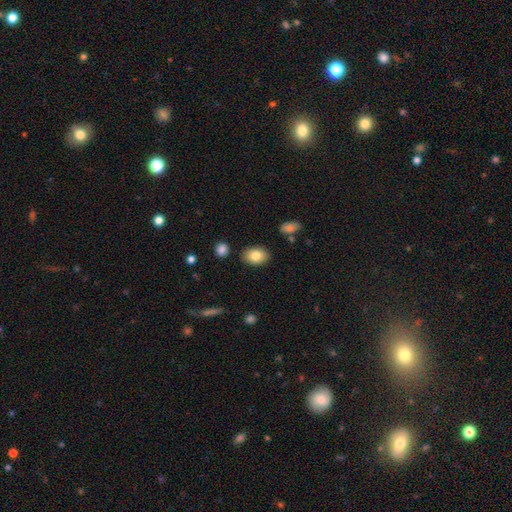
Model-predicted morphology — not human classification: Smooth or featured: smooth — 82% (featured or disk — 11%)
How rounded: in between — 81% (round — 18%)
Merging: none — 86% (minor disturbance — 9%)